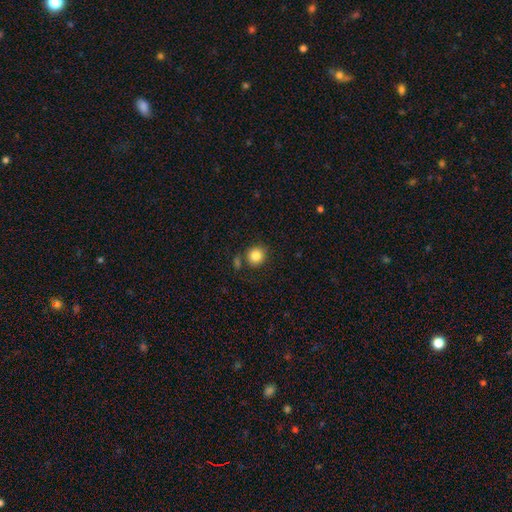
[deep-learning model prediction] smooth-or-featured: smooth: 84% | star or artifact: 10% | featured or disk: 6%
  how-rounded: round: 89% | in between: 10% | cigar-shaped: 1%
  merging: none: 79% | minor disturbance: 10% | merger: 8% | major disturbance: 3%